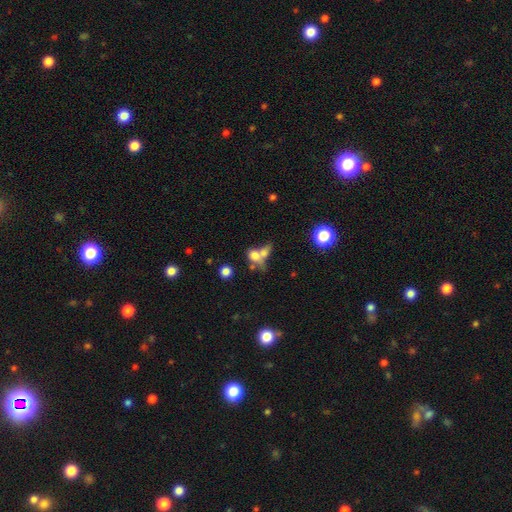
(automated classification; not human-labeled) Morphology: type=smooth (68%); roundness=in between (55%); merging=merger (54%).